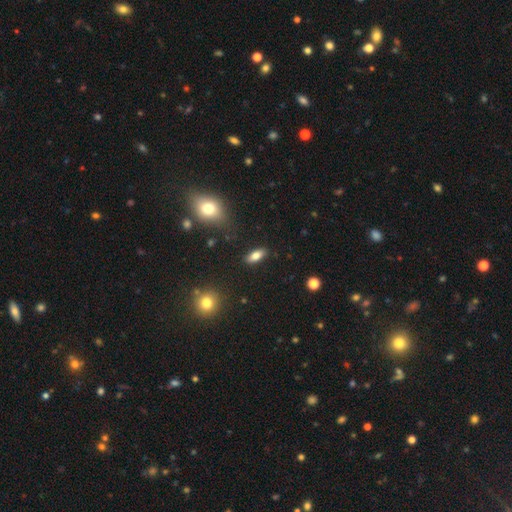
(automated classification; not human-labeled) A smooth galaxy with no disk features (76%) that is in between round and cigar-shaped (81%).

Vote fractions:
- Smooth or featured? smooth: 76% / featured or disk: 15% / star or artifact: 8%
- How rounded? in between: 81% / cigar-shaped: 16% / round: 4%
- Merging? none: 87% / minor disturbance: 9% / major disturbance: 2% / merger: 2%